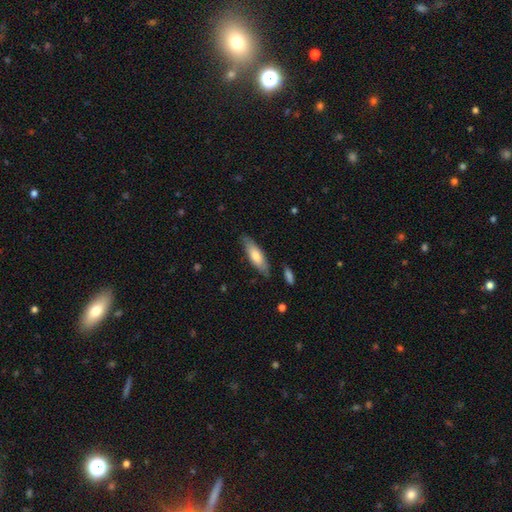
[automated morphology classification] type=smooth (69%); roundness=cigar-shaped (50%); merging=none (79%).